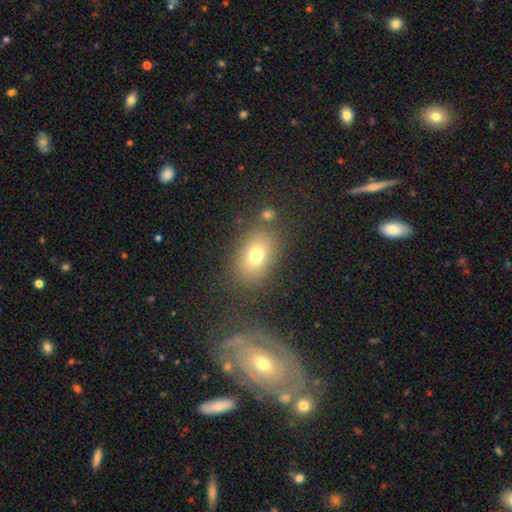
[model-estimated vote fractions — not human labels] Smooth or featured? smooth (74%)
How rounded? in between (74%)
Merging? none (76%)